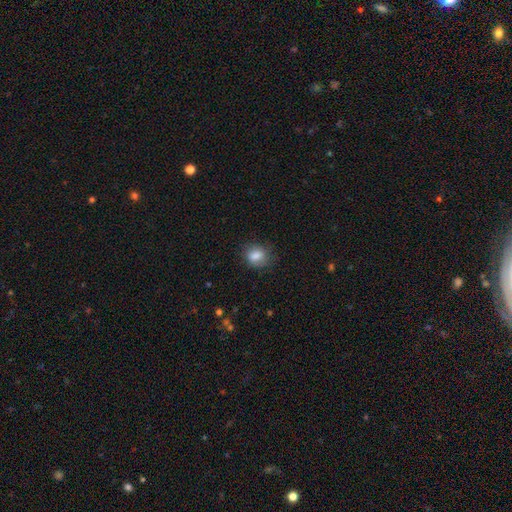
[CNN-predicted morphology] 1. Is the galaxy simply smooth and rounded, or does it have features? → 82% smooth, 9% star or artifact, 9% featured or disk.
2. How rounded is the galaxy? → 52% in between, 47% round, 1% cigar-shaped.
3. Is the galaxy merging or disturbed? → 71% none, 21% minor disturbance, 6% major disturbance, 2% merger.